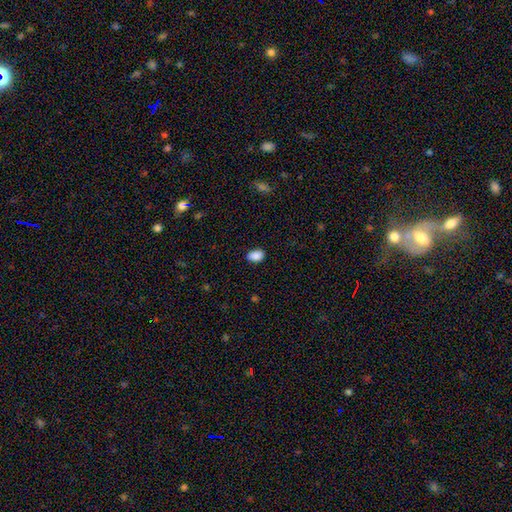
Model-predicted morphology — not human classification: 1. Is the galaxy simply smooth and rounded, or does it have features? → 89% smooth, 8% star or artifact, 3% featured or disk.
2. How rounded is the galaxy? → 86% in between, 12% round, 1% cigar-shaped.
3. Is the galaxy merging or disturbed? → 85% none, 11% minor disturbance, 2% major disturbance, 1% merger.